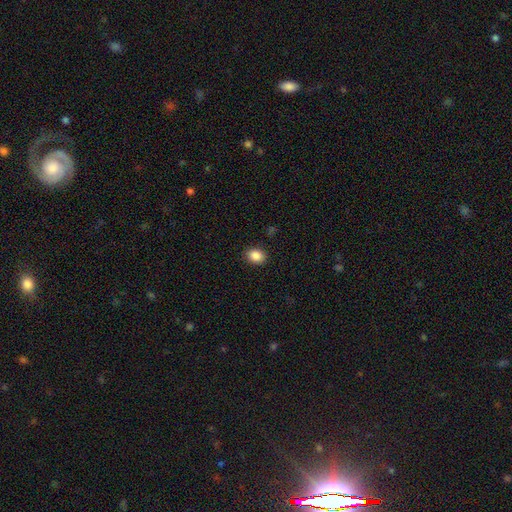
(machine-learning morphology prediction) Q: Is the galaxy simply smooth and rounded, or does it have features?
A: smooth — 87%.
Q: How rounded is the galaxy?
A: in between — 57%.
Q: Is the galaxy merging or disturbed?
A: none — 88%.